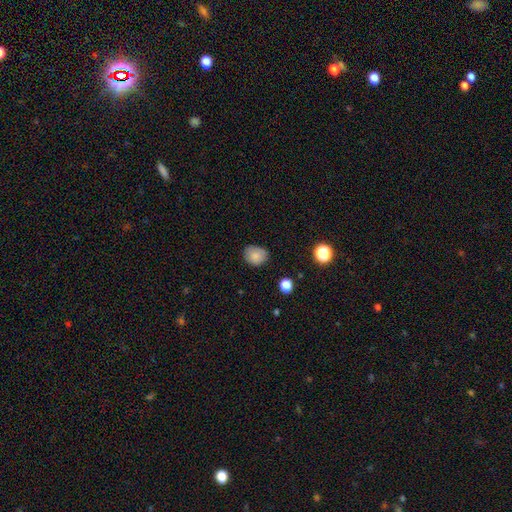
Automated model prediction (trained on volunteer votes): Overall: smooth (83%). How rounded: round (51%; in between 48%). Merging: none (75%).